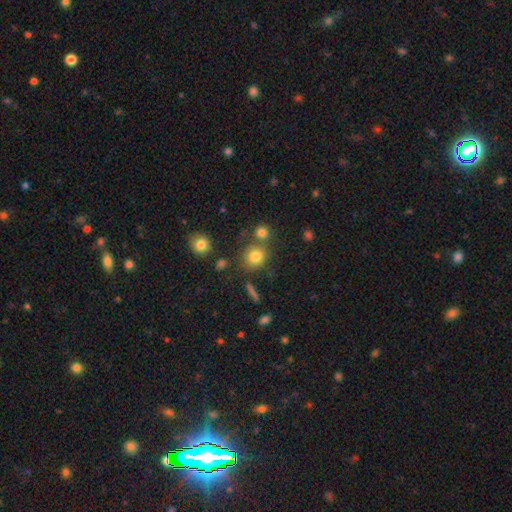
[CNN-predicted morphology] Q: Smooth or featured?
A: smooth (80%); runner-up: star or artifact (13%)
Q: How rounded?
A: round (81%); runner-up: in between (18%)
Q: Merging?
A: none (66%); runner-up: merger (19%)